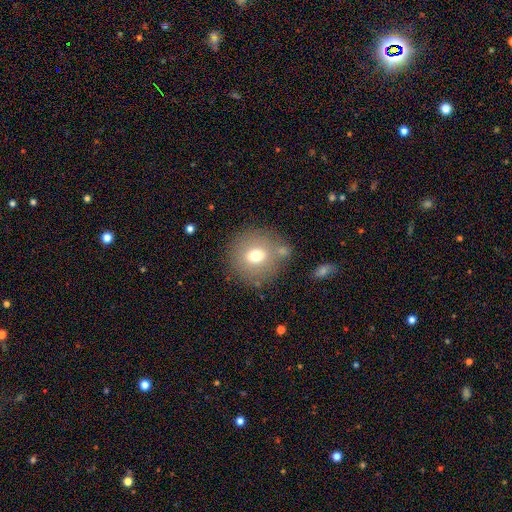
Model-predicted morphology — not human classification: This appears to be a smooth galaxy with no disk features (69%) that is round (89%). Merging: none (74%).